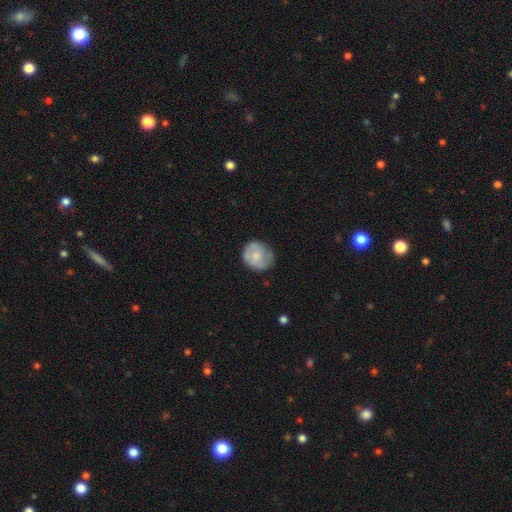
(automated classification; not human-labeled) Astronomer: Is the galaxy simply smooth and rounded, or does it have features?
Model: smooth — 66%.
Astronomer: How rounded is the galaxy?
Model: round — 82%.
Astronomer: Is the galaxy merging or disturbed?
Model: none — 71%.